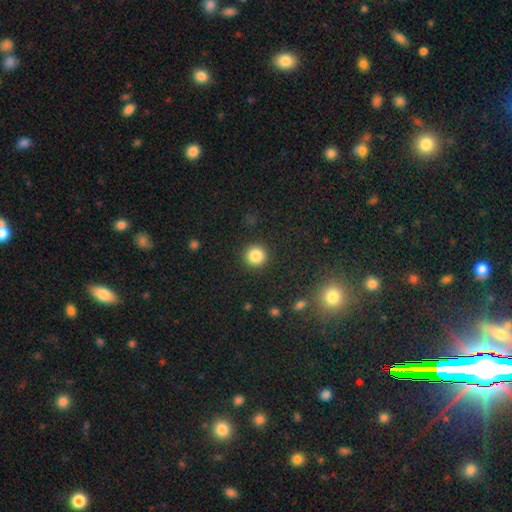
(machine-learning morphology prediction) smooth_or_featured: smooth (p=0.85) [alt: star or artifact p=0.11]
how_rounded: round (p=0.94) [alt: in between p=0.05]
merging: none (p=0.91) [alt: minor disturbance p=0.06]